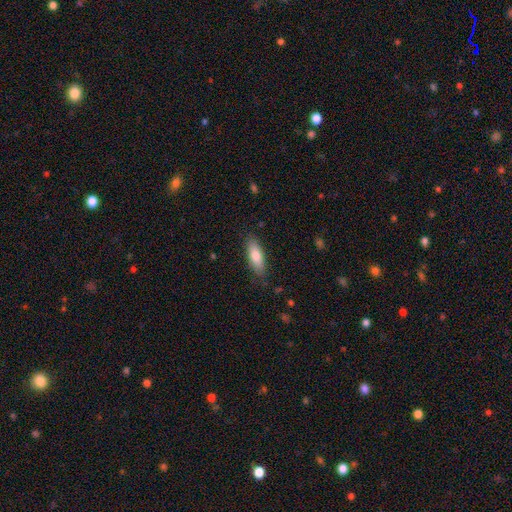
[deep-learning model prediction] A smooth galaxy with no disk features (79%) that is in between round and cigar-shaped (63%). Merging: none (83%).